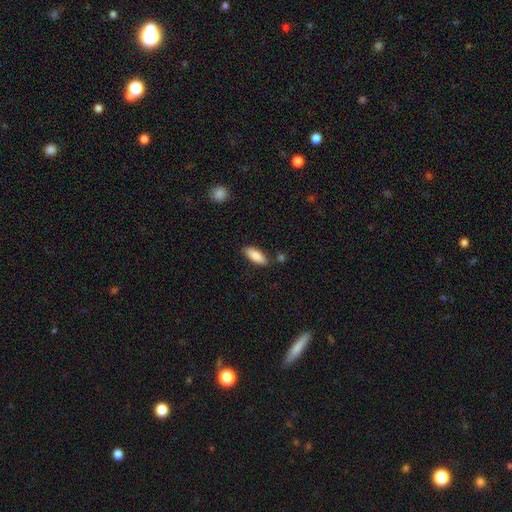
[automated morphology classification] Q: Smooth or featured?
A: smooth (84%); runner-up: featured or disk (10%)
Q: How rounded?
A: in between (76%); runner-up: cigar-shaped (22%)
Q: Merging?
A: none (82%); runner-up: minor disturbance (11%)